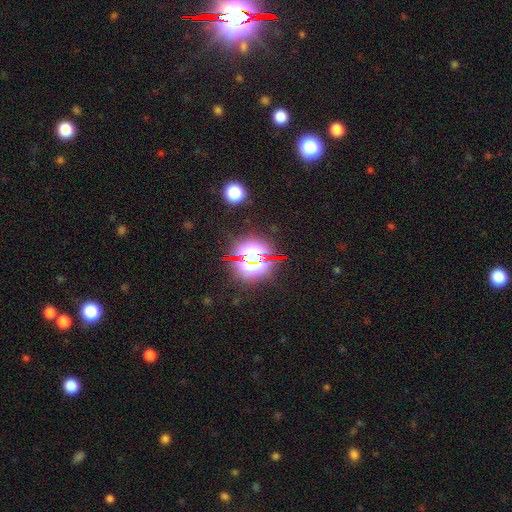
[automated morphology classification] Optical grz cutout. It shows a star or artifact, not a galaxy (76%).